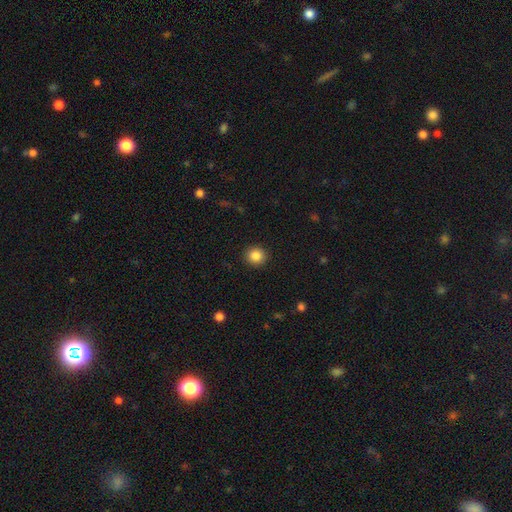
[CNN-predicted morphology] Smooth or featured? smooth (86%)
How rounded? round (90%)
Merging? none (92%)